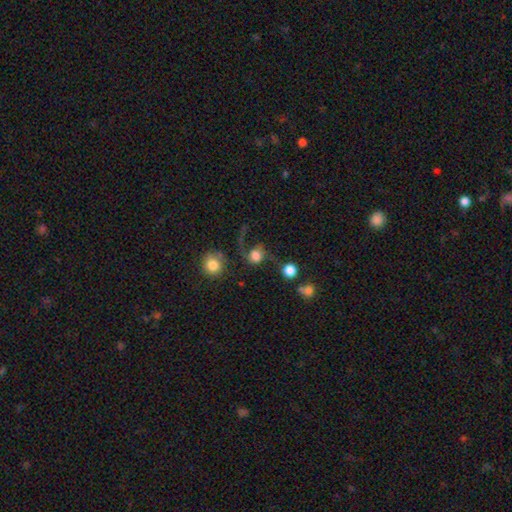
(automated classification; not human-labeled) A smooth galaxy with no disk features (59%) that is round (79%). Merging: none (39%).